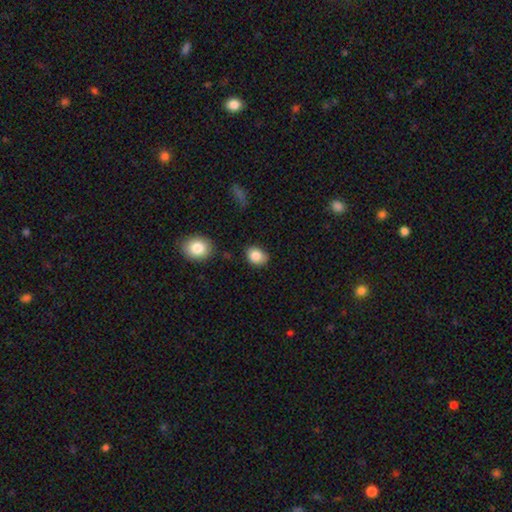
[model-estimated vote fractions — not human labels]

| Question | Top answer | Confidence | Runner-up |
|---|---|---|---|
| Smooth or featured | smooth | 84% | star or artifact (9%) |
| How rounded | in between | 57% | round (42%) |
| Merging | none | 76% | minor disturbance (17%) |